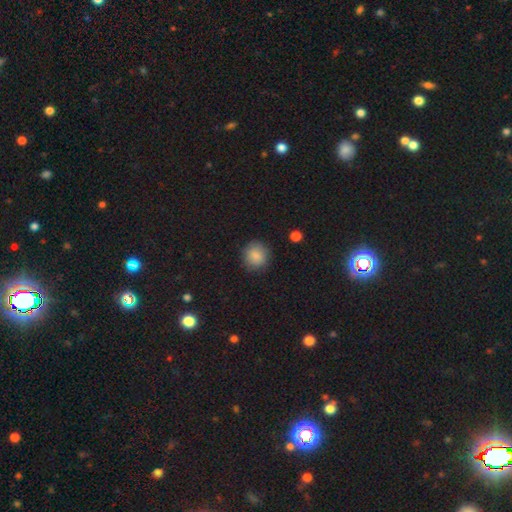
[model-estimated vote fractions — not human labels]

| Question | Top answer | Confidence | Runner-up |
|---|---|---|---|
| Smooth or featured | smooth | 87% | star or artifact (9%) |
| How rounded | round | 89% | in between (10%) |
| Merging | none | 88% | minor disturbance (9%) |